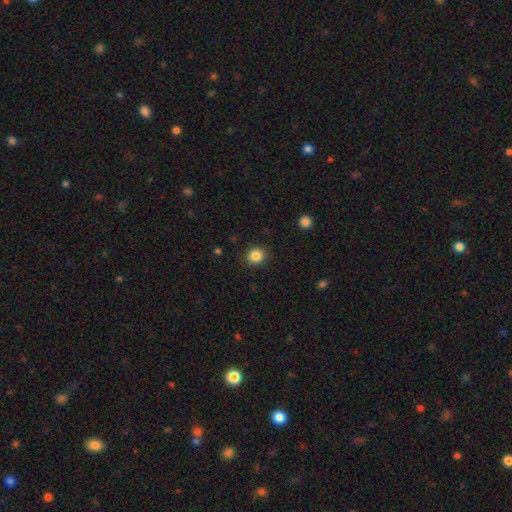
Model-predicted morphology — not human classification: Smooth or featured?
  - smooth: 85% *
  - star or artifact: 10%
  - featured or disk: 5%
How rounded?
  - round: 77% *
  - in between: 22%
  - cigar-shaped: 1%
Merging?
  - none: 89% *
  - minor disturbance: 8%
  - major disturbance: 2%
  - merger: 1%